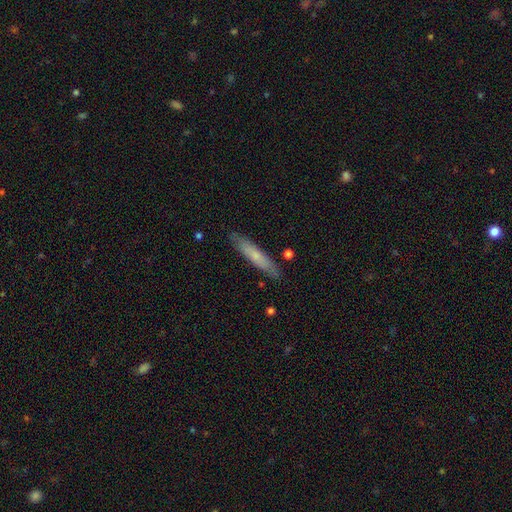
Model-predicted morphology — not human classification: A smooth galaxy with no disk features (63%) that is cigar-shaped (91%). Merging: none (86%).